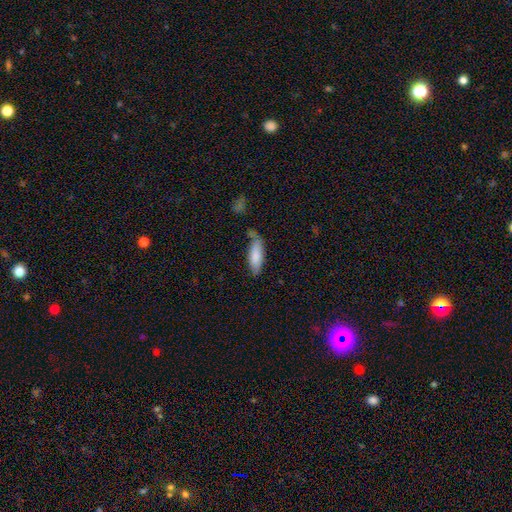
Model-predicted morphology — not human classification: A smooth galaxy with no disk features (81%) that is in between round and cigar-shaped (65%). Merging: none (52%).